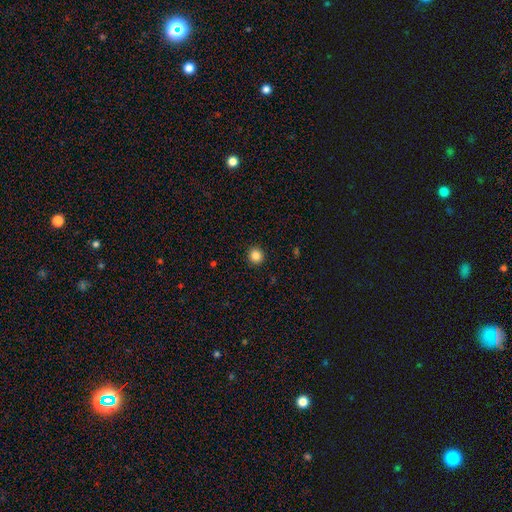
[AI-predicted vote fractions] Q: Smooth or featured?
A: smooth (86%); runner-up: star or artifact (10%)
Q: How rounded?
A: round (94%); runner-up: in between (5%)
Q: Merging?
A: none (93%); runner-up: minor disturbance (4%)